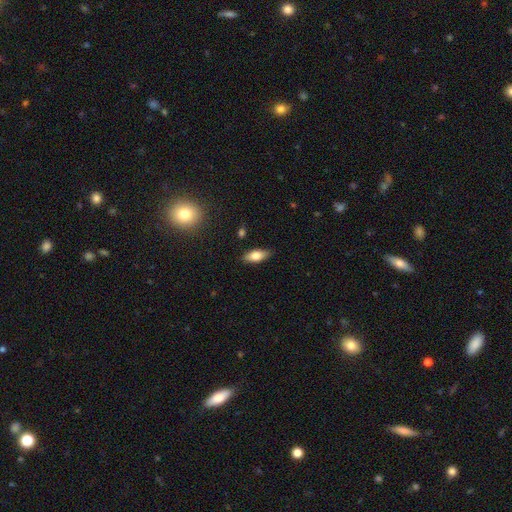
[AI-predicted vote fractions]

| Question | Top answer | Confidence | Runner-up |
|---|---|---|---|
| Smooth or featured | smooth | 73% | featured or disk (20%) |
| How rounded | in between | 79% | cigar-shaped (18%) |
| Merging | none | 85% | minor disturbance (11%) |